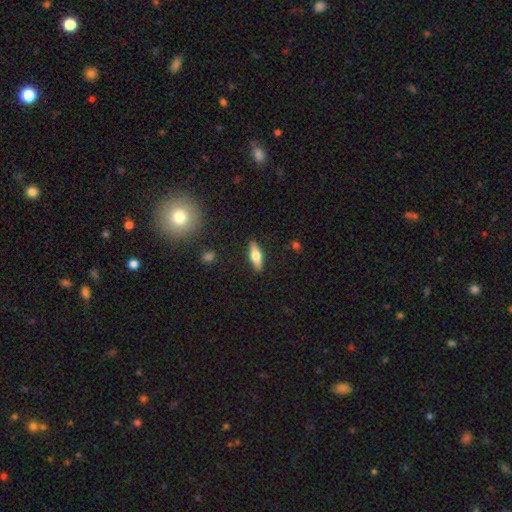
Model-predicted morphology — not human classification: A smooth galaxy with no disk features (51%) that is in between round and cigar-shaped (53%).

Vote fractions:
- Smooth or featured? smooth: 51% / featured or disk: 42% / star or artifact: 7%
- How rounded? in between: 53% / cigar-shaped: 44% / round: 3%
- Merging? none: 88% / minor disturbance: 8% / major disturbance: 2% / merger: 1%